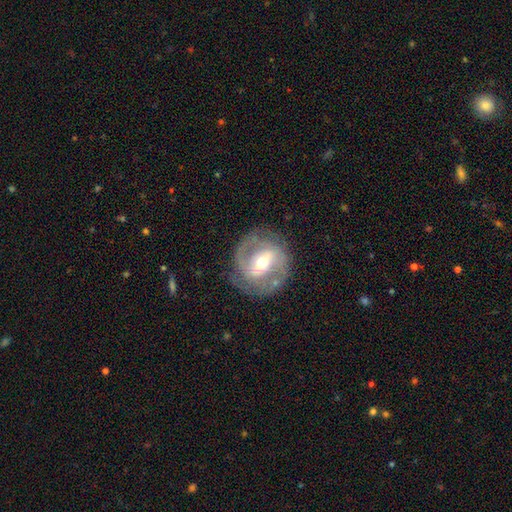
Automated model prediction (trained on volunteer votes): The model was most divided on "bar": strong: 42%, weak: 40%, no: 18%. Remaining: edge-on disk — no (97%); spiral arms — yes (90%); smooth or featured — featured or disk (83%); spiral arm count — 2 (82%); merging — none (79%); bulge size — moderate (63%); spiral winding — medium (45%).